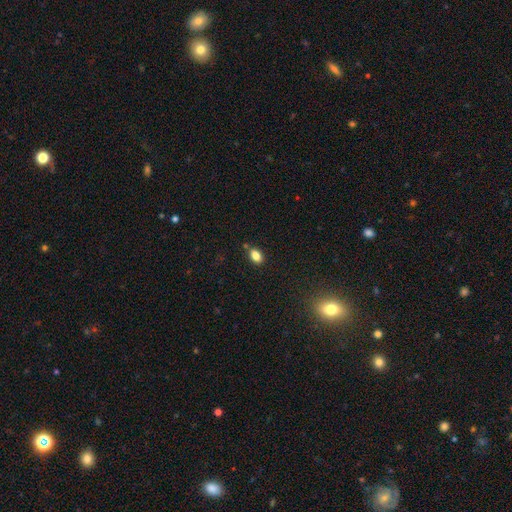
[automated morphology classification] This is clearly a smooth galaxy (83%). How rounded: clearly in between (82%). Merging: likely none (77%).